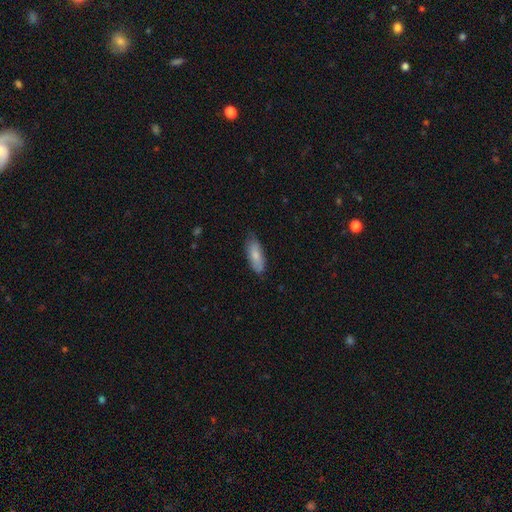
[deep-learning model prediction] smooth_or_featured: smooth (p=0.79) [alt: featured or disk p=0.16]
how_rounded: in between (p=0.72) [alt: cigar-shaped p=0.26]
merging: none (p=0.73) [alt: minor disturbance p=0.22]